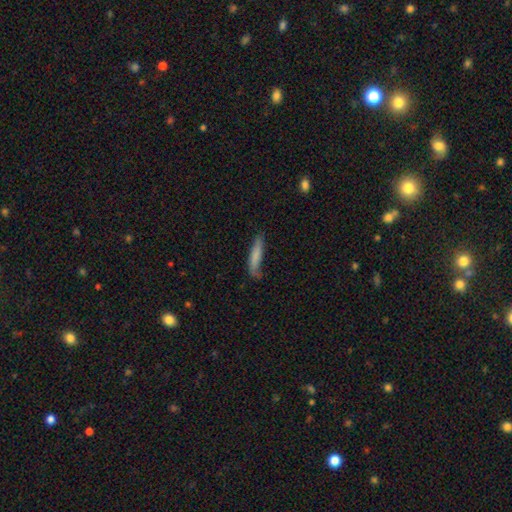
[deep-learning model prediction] Smooth or featured?
  - smooth: 74% *
  - featured or disk: 19%
  - star or artifact: 6%
How rounded?
  - cigar-shaped: 84% *
  - in between: 14%
  - round: 1%
Merging?
  - none: 60% *
  - minor disturbance: 28%
  - major disturbance: 9%
  - merger: 3%